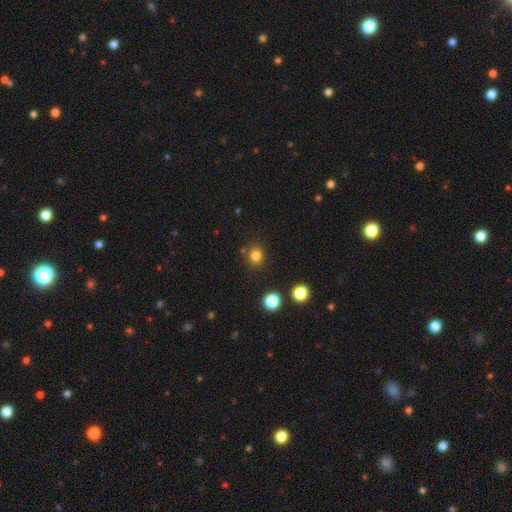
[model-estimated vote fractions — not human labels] Overall: smooth (81%). How rounded: round (81%). Merging: none (83%).